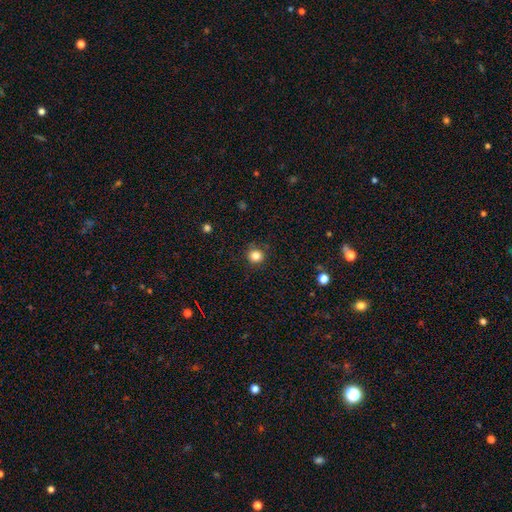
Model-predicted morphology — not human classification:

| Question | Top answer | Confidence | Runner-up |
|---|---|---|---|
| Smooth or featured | smooth | 84% | star or artifact (12%) |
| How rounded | round | 91% | in between (8%) |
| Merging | none | 87% | minor disturbance (9%) |